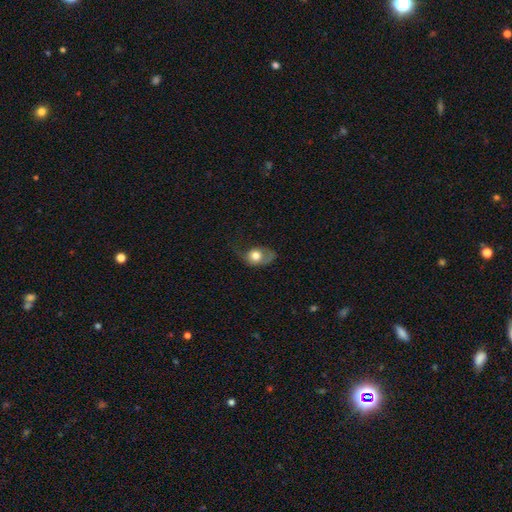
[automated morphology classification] smooth 66%, featured or disk 26%, star or artifact 8%. Down the decision tree: how rounded — in between (55%); merging — major disturbance (40%).